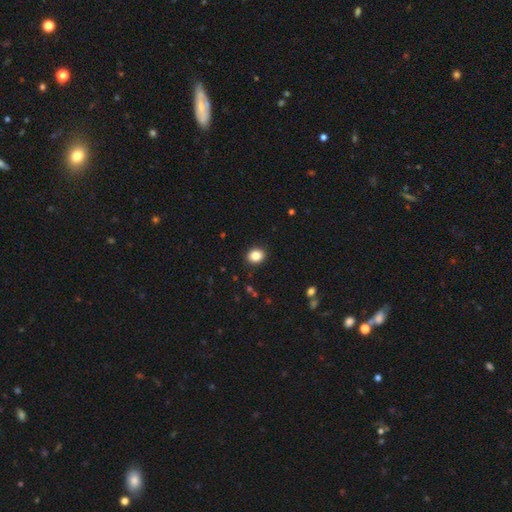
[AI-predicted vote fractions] Morphology: type=smooth (85%); roundness=round (57%); merging=none (91%).